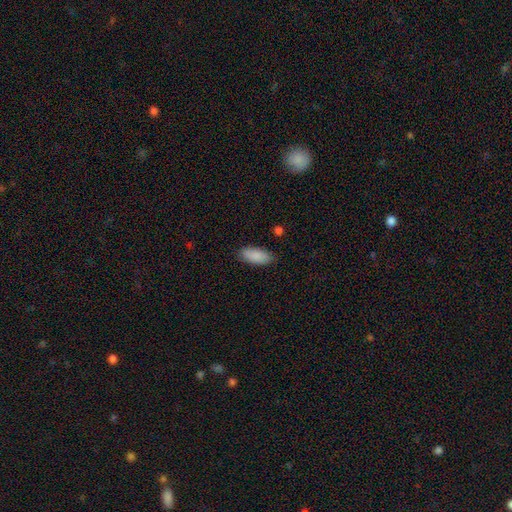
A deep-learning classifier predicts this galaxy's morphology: smooth_or_featured: smooth (p=0.89) [alt: star or artifact p=0.06]
how_rounded: in between (p=0.86) [alt: cigar-shaped p=0.12]
merging: none (p=0.84) [alt: minor disturbance p=0.12]